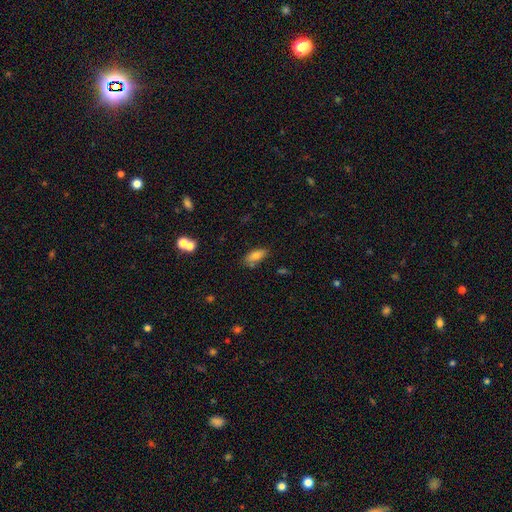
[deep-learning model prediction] The model was most divided on "merging": none: 71%, minor disturbance: 18%, merger: 7%, major disturbance: 4%. More confident: how rounded — in between (85%); smooth or featured — smooth (77%).